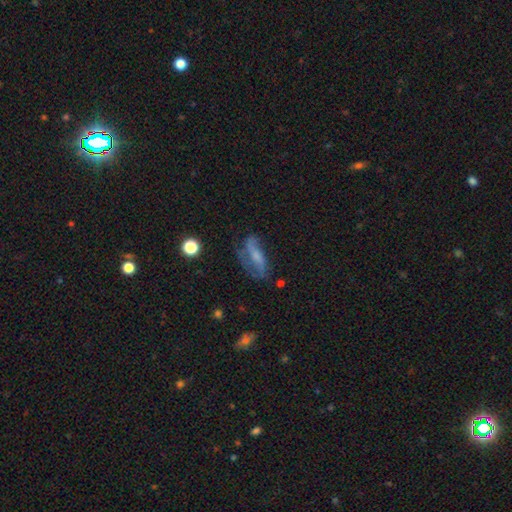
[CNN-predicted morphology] smooth_or_featured: featured or disk (p=0.53) [alt: smooth p=0.36]
disk_edge_on: no (p=0.80) [alt: yes p=0.20]
merging: none (p=0.48) [alt: minor disturbance p=0.26]